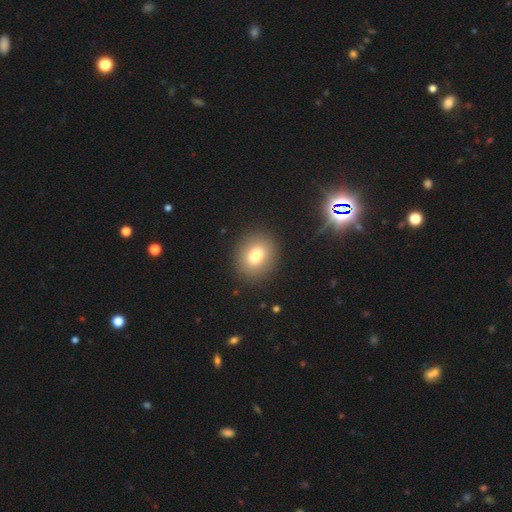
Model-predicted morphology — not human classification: Smooth or featured?
  - smooth: 77% *
  - star or artifact: 12%
  - featured or disk: 11%
How rounded?
  - round: 62% *
  - in between: 37%
  - cigar-shaped: 1%
Merging?
  - none: 89% *
  - minor disturbance: 7%
  - major disturbance: 3%
  - merger: 1%